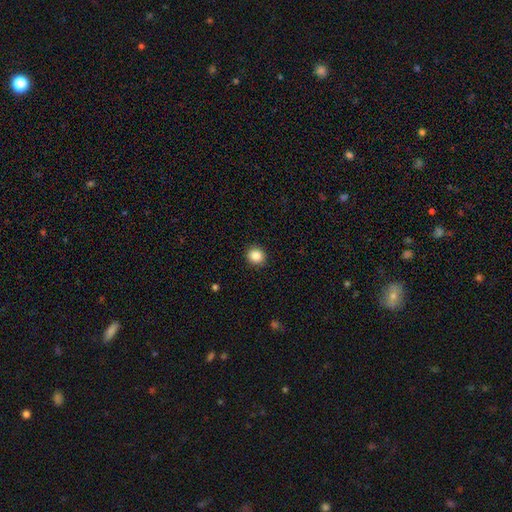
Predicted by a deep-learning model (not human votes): smooth_or_featured: smooth (p=0.86) [alt: star or artifact p=0.10]
how_rounded: round (p=0.87) [alt: in between p=0.12]
merging: none (p=0.92) [alt: minor disturbance p=0.06]